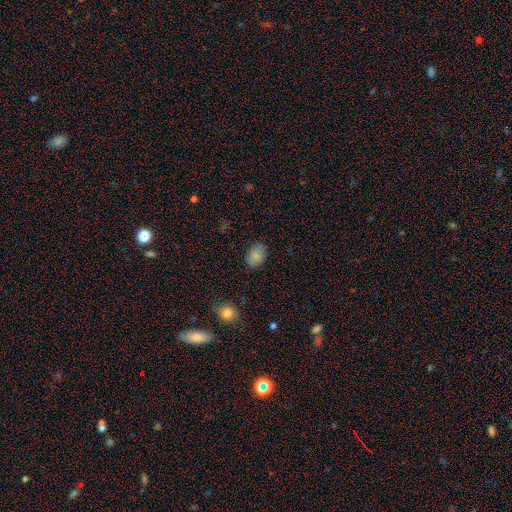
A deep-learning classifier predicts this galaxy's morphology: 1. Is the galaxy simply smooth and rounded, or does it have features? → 83% smooth, 10% star or artifact, 7% featured or disk.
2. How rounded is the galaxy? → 73% in between, 26% round, 1% cigar-shaped.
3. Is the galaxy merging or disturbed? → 81% none, 15% minor disturbance, 3% major disturbance, 1% merger.